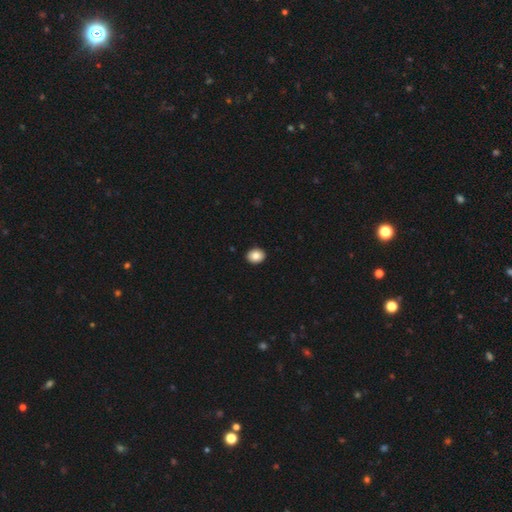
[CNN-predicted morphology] smooth_or_featured: smooth (p=0.85) [alt: star or artifact p=0.08]
how_rounded: round (p=0.55) [alt: in between p=0.44]
merging: none (p=0.92) [alt: minor disturbance p=0.05]